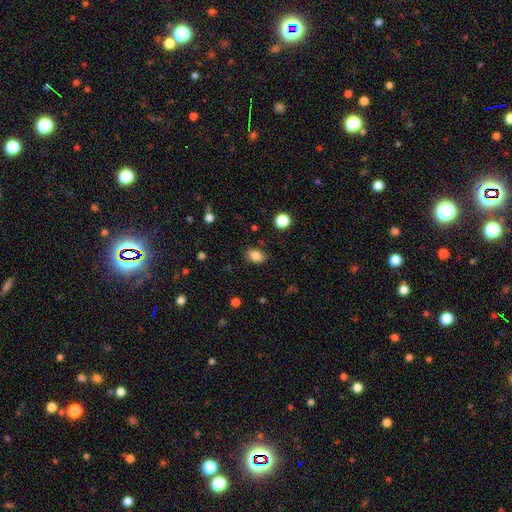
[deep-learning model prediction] smooth 85%, star or artifact 10%, featured or disk 5%. Down the decision tree: how rounded — in between (76%); merging — none (84%).